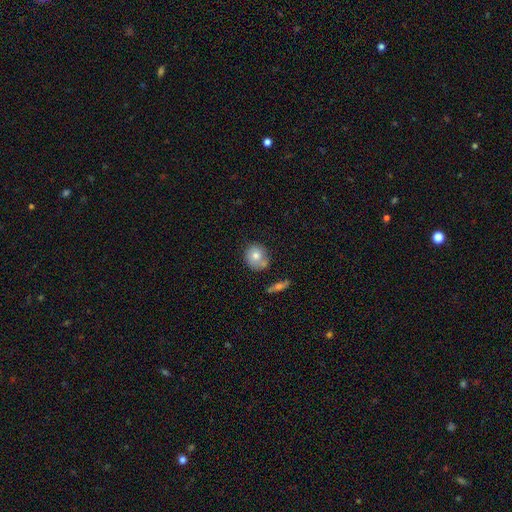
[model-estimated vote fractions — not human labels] Smooth or featured?
  - smooth: 73% *
  - featured or disk: 18%
  - star or artifact: 8%
How rounded?
  - round: 85% *
  - in between: 14%
  - cigar-shaped: 1%
Merging?
  - none: 60% *
  - merger: 18%
  - minor disturbance: 17%
  - major disturbance: 5%